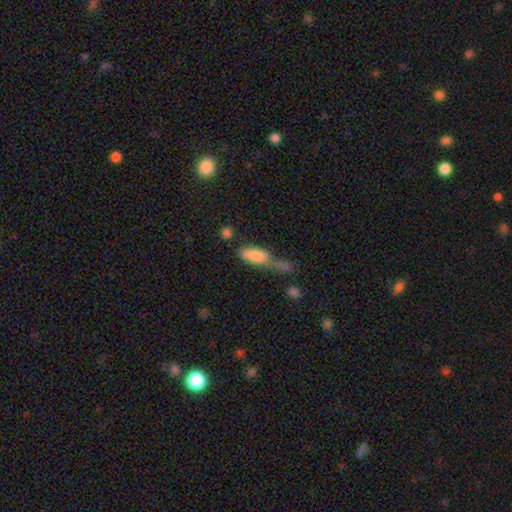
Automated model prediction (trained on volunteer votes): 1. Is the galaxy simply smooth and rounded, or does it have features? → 79% smooth, 13% featured or disk, 8% star or artifact.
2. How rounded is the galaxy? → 76% in between, 21% cigar-shaped, 3% round.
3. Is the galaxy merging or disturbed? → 38% merger, 26% none, 19% minor disturbance, 18% major disturbance.